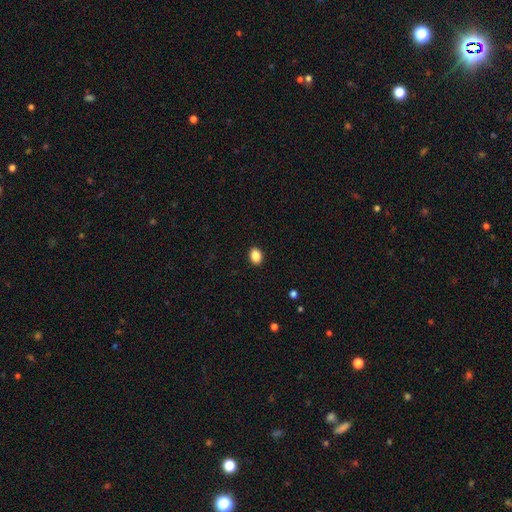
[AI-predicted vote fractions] Smooth or featured?
  - smooth: 87% *
  - star or artifact: 9%
  - featured or disk: 4%
How rounded?
  - in between: 70% *
  - round: 28%
  - cigar-shaped: 1%
Merging?
  - none: 91% *
  - minor disturbance: 7%
  - major disturbance: 2%
  - merger: 1%